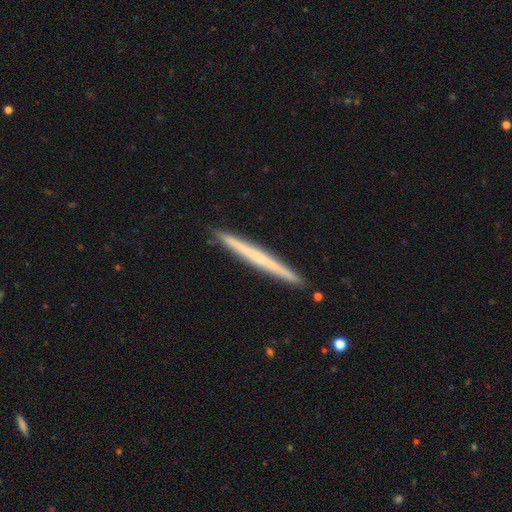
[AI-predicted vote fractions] Q: Smooth or featured?
A: featured or disk (52%); runner-up: smooth (42%)
Q: Edge-on disk?
A: yes (98%); runner-up: no (2%)
Q: Edge-on bulge?
A: none (84%); runner-up: rounded (12%)
Q: Merging?
A: none (92%); runner-up: minor disturbance (6%)